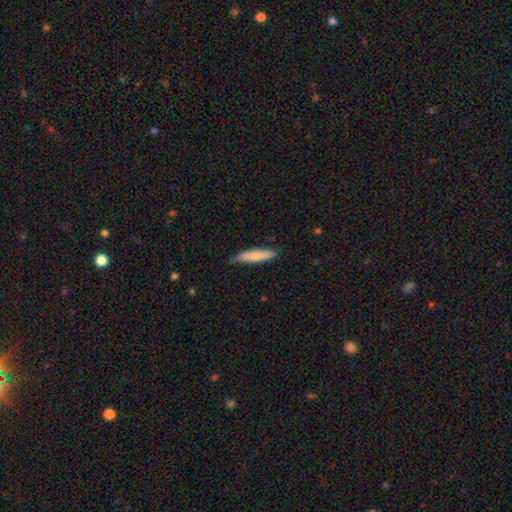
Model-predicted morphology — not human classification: Smooth or featured? smooth (78%)
How rounded? cigar-shaped (85%)
Merging? none (80%)